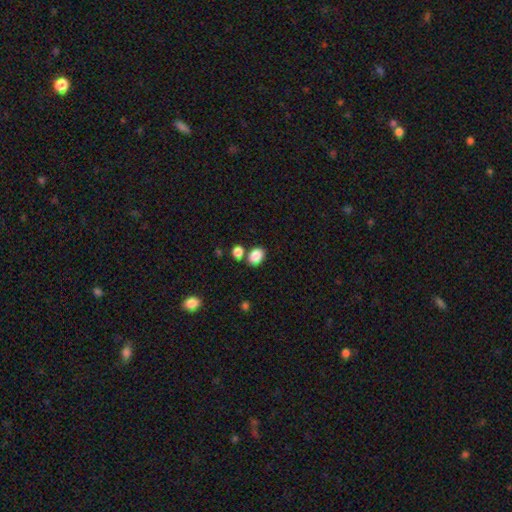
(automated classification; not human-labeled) Overall: smooth (87%). How rounded: in between (69%; round 30%). Merging: none (67%).